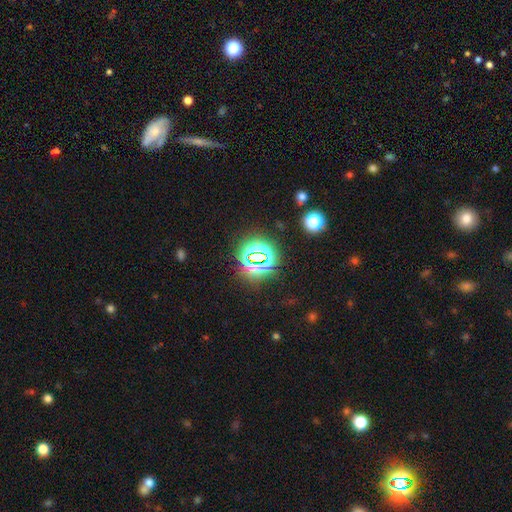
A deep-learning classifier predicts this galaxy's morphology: Smooth or featured: star or artifact — 75% (smooth — 16%)